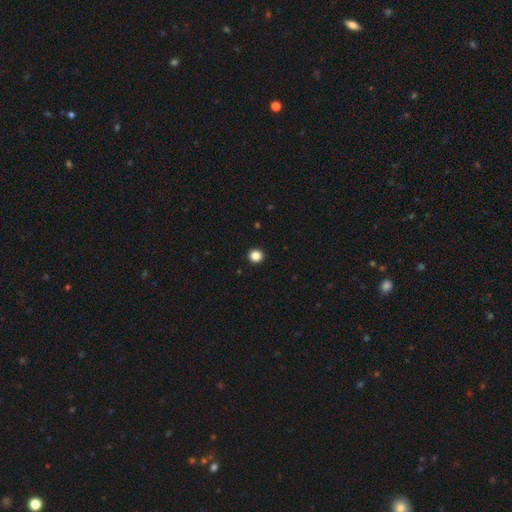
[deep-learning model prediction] This is clearly a smooth galaxy (85%). How rounded: clearly round (92%). Merging: clearly none (94%).